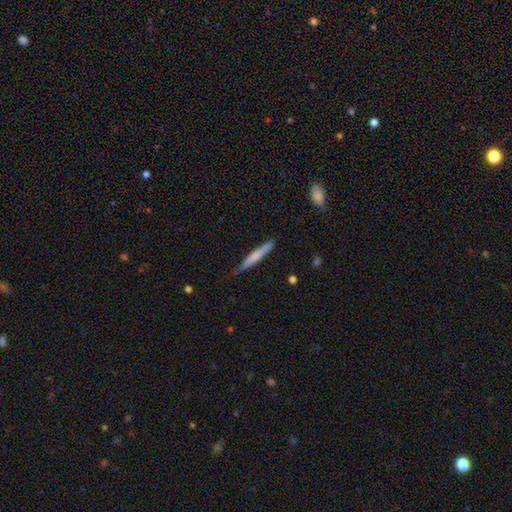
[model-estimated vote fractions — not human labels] A smooth galaxy with no disk features (60%) that is cigar-shaped (95%). Merging: none (74%).